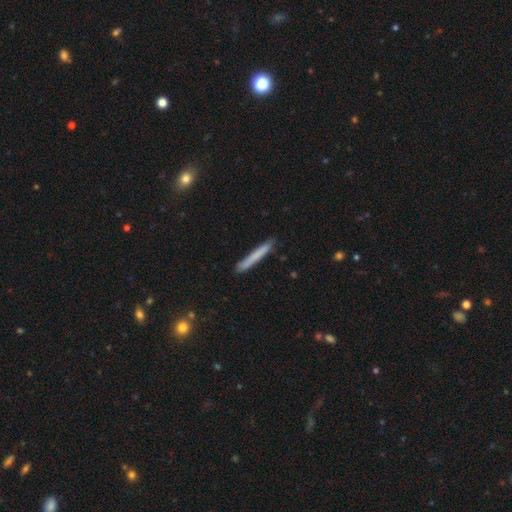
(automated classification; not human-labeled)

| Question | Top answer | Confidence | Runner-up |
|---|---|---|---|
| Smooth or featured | smooth | 73% | featured or disk (20%) |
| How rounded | cigar-shaped | 97% | in between (2%) |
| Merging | none | 87% | minor disturbance (10%) |